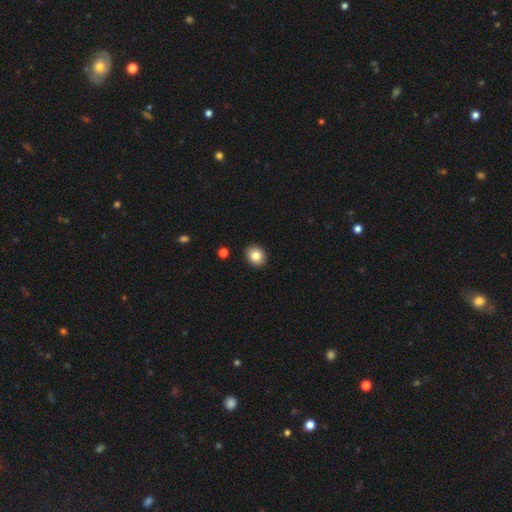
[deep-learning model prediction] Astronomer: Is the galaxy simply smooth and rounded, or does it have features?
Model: smooth — 83%.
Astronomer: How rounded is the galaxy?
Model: round — 61% (runner-up: in between, 38%).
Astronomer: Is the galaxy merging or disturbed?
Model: none — 90%.